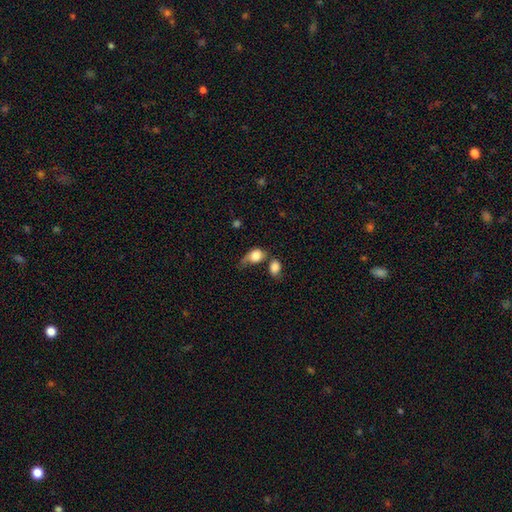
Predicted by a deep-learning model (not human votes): A smooth galaxy with no disk features (79%) that is in between round and cigar-shaped (63%).

Vote fractions:
- Smooth or featured? smooth: 79% / featured or disk: 13% / star or artifact: 8%
- How rounded? in between: 63% / round: 35% / cigar-shaped: 2%
- Merging? merger: 30% / major disturbance: 24% / minor disturbance: 24% / none: 22%